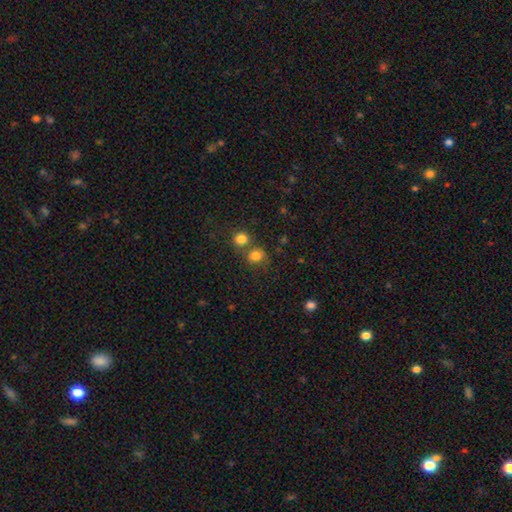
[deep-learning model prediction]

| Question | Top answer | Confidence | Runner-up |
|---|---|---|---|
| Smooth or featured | smooth | 80% | star or artifact (13%) |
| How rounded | round | 70% | in between (29%) |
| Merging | none | 53% | merger (32%) |